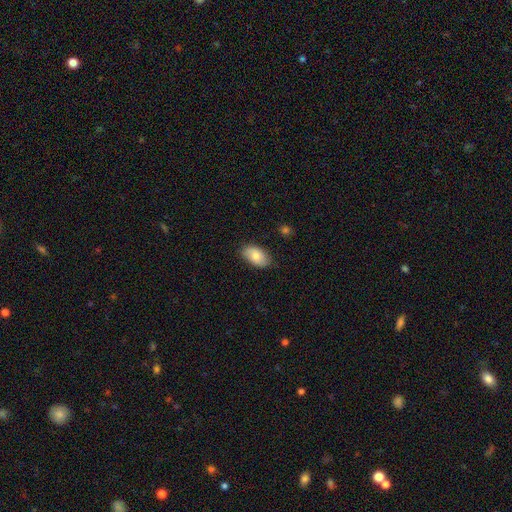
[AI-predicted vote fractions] smooth-or-featured: smooth: 78% | featured or disk: 15% | star or artifact: 7%
  how-rounded: in between: 94% | round: 5% | cigar-shaped: 2%
  merging: none: 80% | minor disturbance: 16% | major disturbance: 3% | merger: 1%